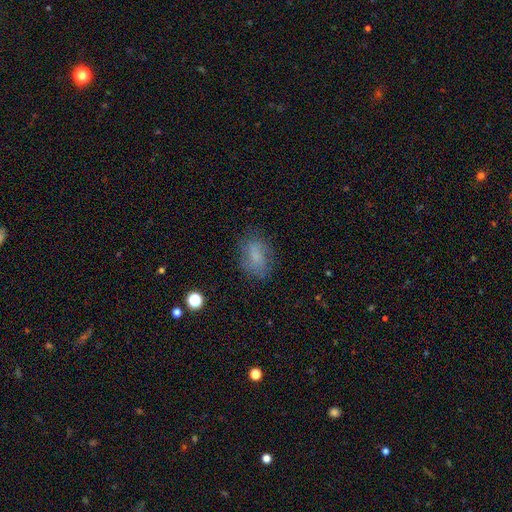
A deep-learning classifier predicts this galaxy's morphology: A smooth galaxy with no disk features (65%) that is in between round and cigar-shaped (77%).

Vote fractions:
- Smooth or featured? smooth: 65% / featured or disk: 23% / star or artifact: 11%
- How rounded? in between: 77% / round: 21% / cigar-shaped: 3%
- Merging? none: 72% / minor disturbance: 19% / major disturbance: 8% / merger: 2%